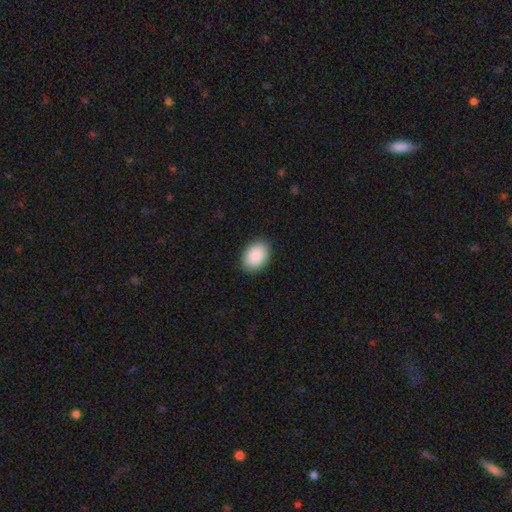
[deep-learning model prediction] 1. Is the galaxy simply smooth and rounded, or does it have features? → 90% smooth, 6% star or artifact, 3% featured or disk.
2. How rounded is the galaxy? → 75% in between, 24% round, 1% cigar-shaped.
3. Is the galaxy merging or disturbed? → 89% none, 8% minor disturbance, 2% major disturbance, 1% merger.